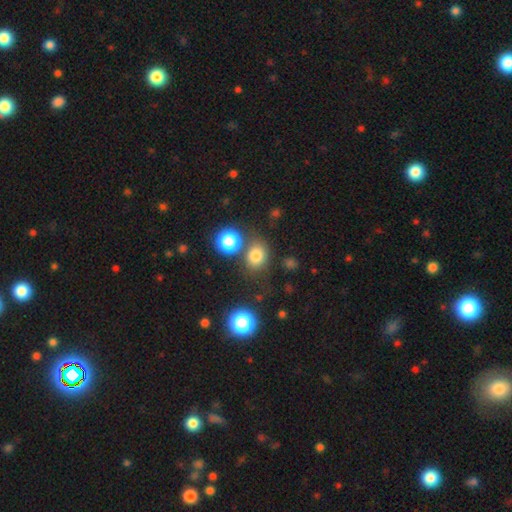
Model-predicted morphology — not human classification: The model was most divided on "how rounded": round: 62%, in between: 37%, cigar-shaped: 1%. More confident: smooth or featured — smooth (77%); merging — none (68%).